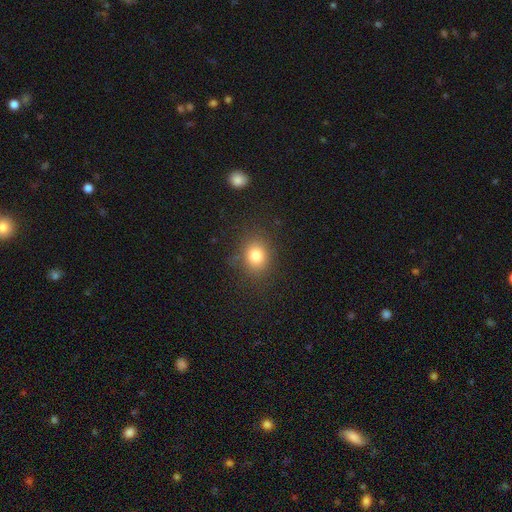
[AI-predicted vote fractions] A smooth galaxy with no disk features (81%) that is round (60%).

Vote fractions:
- Smooth or featured? smooth: 81% / star or artifact: 12% / featured or disk: 7%
- How rounded? round: 60% / in between: 39% / cigar-shaped: 1%
- Merging? none: 83% / minor disturbance: 11% / major disturbance: 4% / merger: 2%